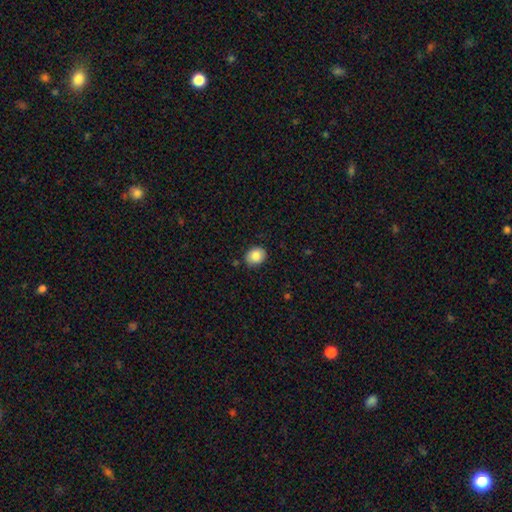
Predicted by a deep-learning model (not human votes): Q: Smooth or featured?
A: smooth (84%); runner-up: star or artifact (8%)
Q: How rounded?
A: round (55%); runner-up: in between (44%)
Q: Merging?
A: none (85%); runner-up: minor disturbance (11%)